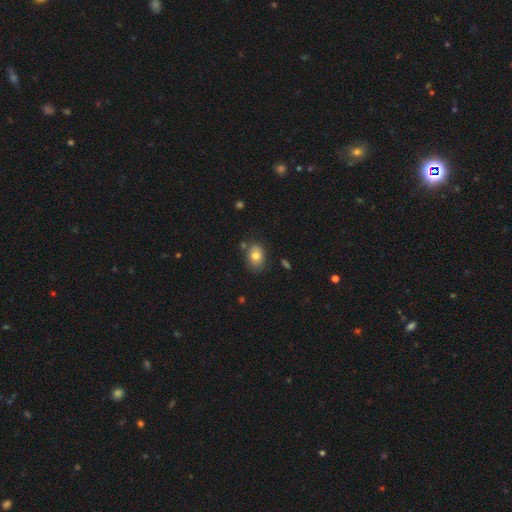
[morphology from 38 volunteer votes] smooth-or-featured: smooth: 79% | featured or disk: 16% | star or artifact: 5%
  how-rounded: round: 50% (tied) | in between: 50% (tied) | cigar-shaped: 0%
  merging: none: 64% | minor disturbance: 25% | major disturbance: 6% | merger: 6%